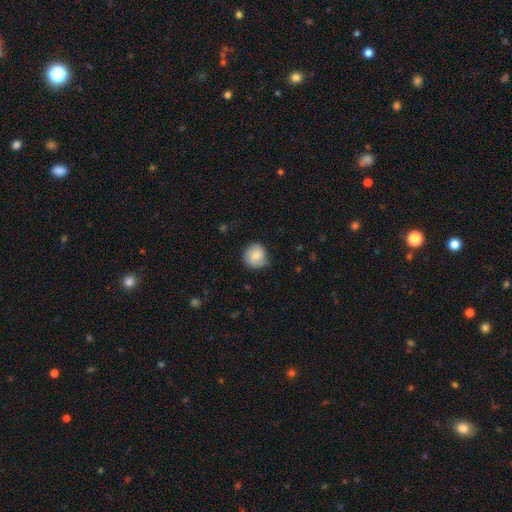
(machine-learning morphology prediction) smooth_or_featured: smooth (p=0.75) [alt: featured or disk p=0.18]
how_rounded: round (p=0.86) [alt: in between p=0.13]
merging: none (p=0.70) [alt: minor disturbance p=0.24]